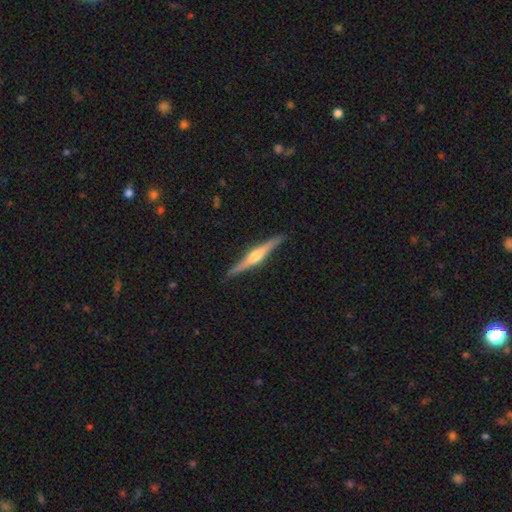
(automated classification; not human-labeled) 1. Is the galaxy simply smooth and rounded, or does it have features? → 71% featured or disk, 24% smooth, 5% star or artifact.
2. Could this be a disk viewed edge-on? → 98% yes, 2% no.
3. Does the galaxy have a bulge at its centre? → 86% rounded, 7% boxy, 7% none.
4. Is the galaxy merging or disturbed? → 89% none, 8% minor disturbance, 2% major disturbance, 1% merger.